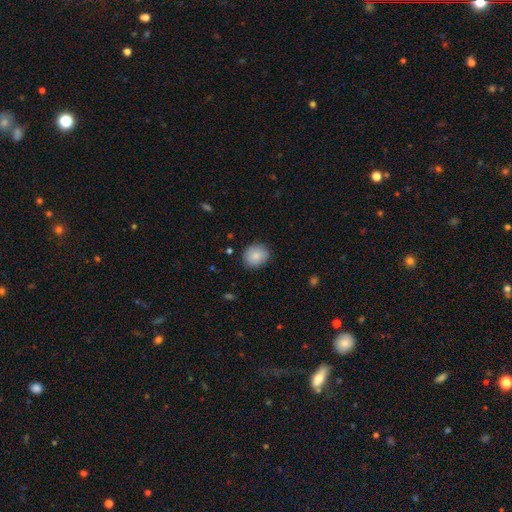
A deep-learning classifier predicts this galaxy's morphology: type=smooth (83%); roundness=round (69%); merging=none (84%).